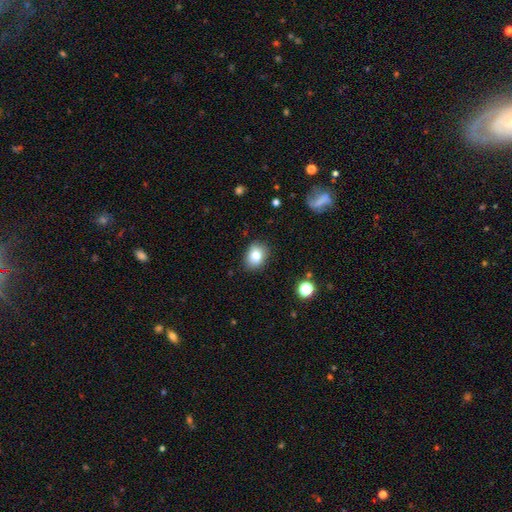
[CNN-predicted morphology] The model was most divided on "how rounded": in between: 57%, round: 42%, cigar-shaped: 1%. More confident: merging — none (84%); smooth or featured — smooth (81%).